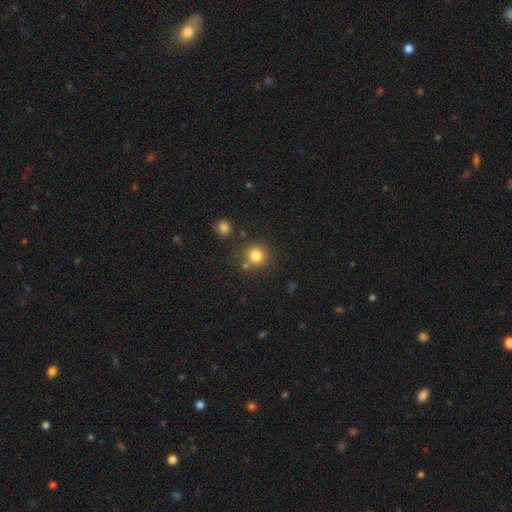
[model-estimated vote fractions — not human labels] Q: Smooth or featured?
A: smooth (81%); runner-up: star or artifact (12%)
Q: How rounded?
A: round (92%); runner-up: in between (7%)
Q: Merging?
A: none (77%); runner-up: minor disturbance (10%)